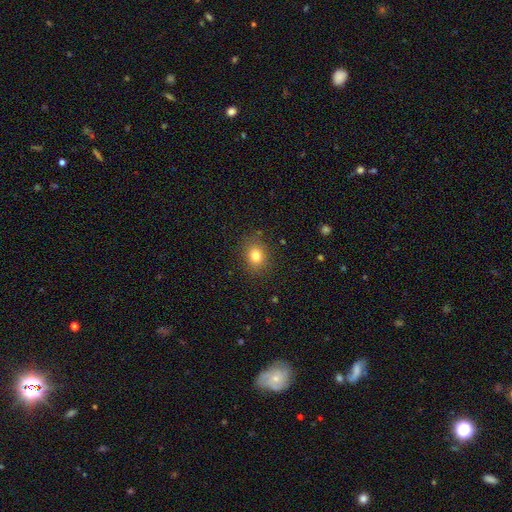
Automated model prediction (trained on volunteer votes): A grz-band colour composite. It shows a smooth galaxy with no disk features (79%) that is round (59%). Merging: none (87%).